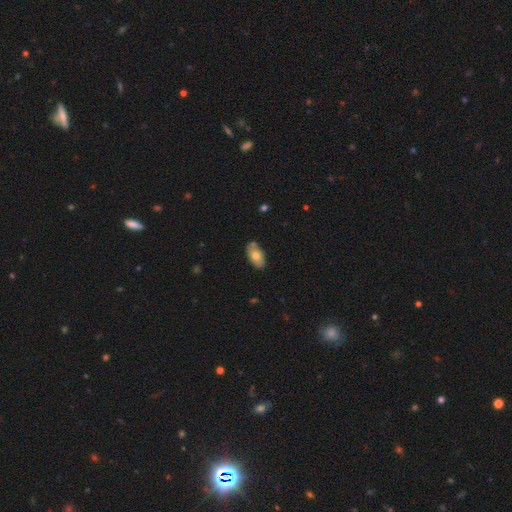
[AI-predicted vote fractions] This appears to be a smooth galaxy with no disk features (68%) that is in between round and cigar-shaped (93%). Merging: none (77%).